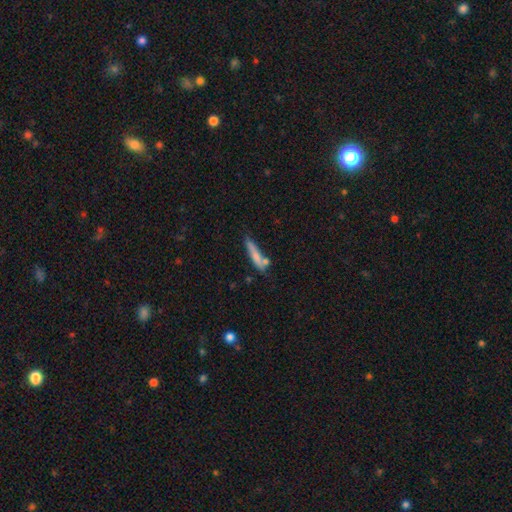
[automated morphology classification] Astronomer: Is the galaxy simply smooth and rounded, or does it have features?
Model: smooth — 71%.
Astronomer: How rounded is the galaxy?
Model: cigar-shaped — 87%.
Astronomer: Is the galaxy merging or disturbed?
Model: none — 60%.